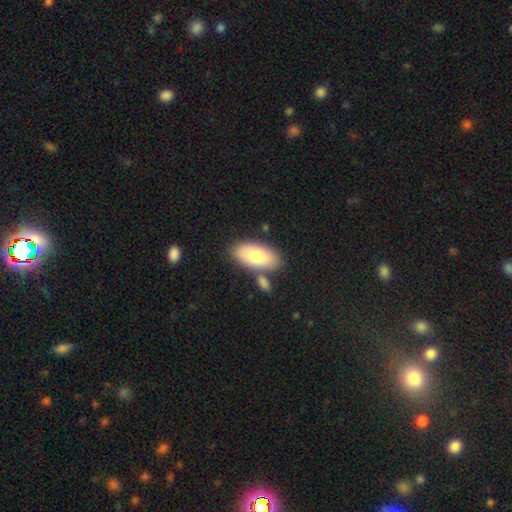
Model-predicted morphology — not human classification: Overall: smooth (76%). How rounded: in between (92%). Merging: none (73%).